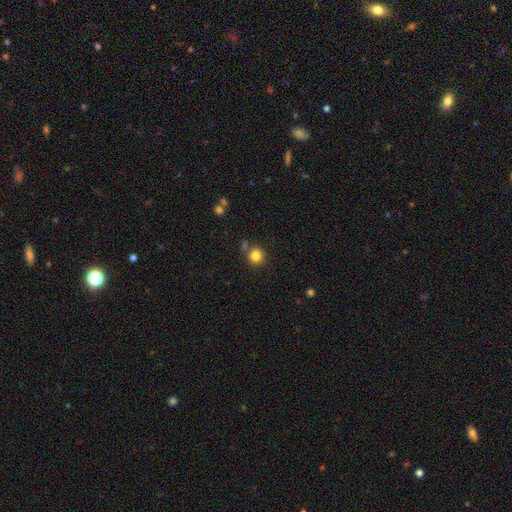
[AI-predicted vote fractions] This is clearly a smooth galaxy (83%). How rounded: clearly round (90%). Merging: likely none (76%).